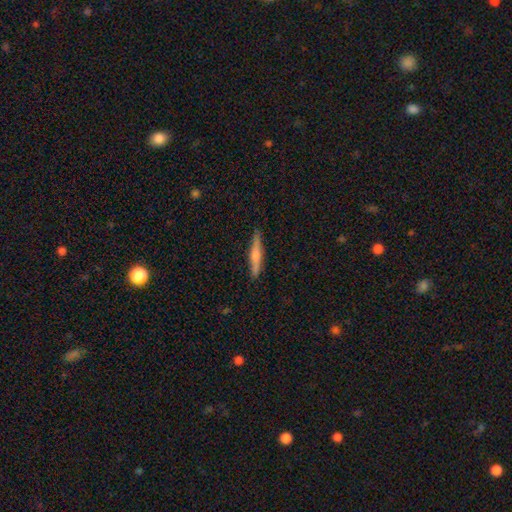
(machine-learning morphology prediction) featured or disk 51%, smooth 43%, star or artifact 6%. Down the decision tree: edge-on disk — yes (97%); merging — none (89%).